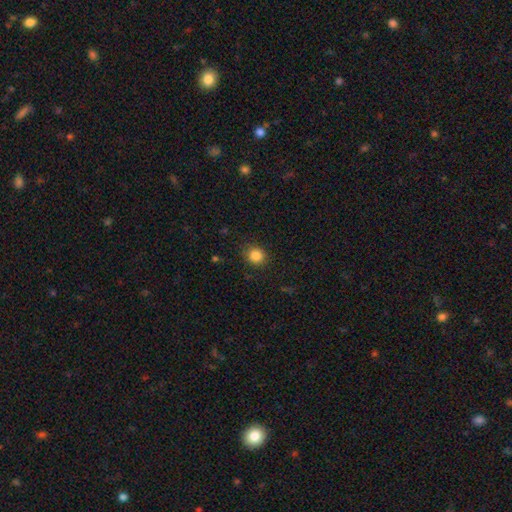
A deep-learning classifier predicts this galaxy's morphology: The model was most divided on "how rounded": round: 83%, in between: 16%, cigar-shaped: 1%. More confident: merging — none (86%); smooth or featured — smooth (85%).